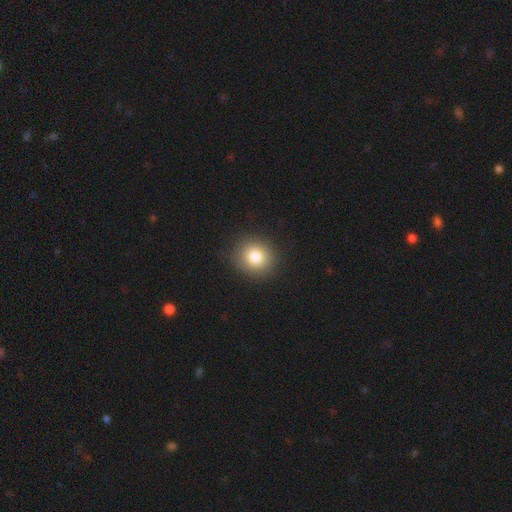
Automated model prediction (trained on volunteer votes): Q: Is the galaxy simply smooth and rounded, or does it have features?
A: smooth — 81%.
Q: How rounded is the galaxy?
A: round — 86%.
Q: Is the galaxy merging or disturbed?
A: none — 91%.